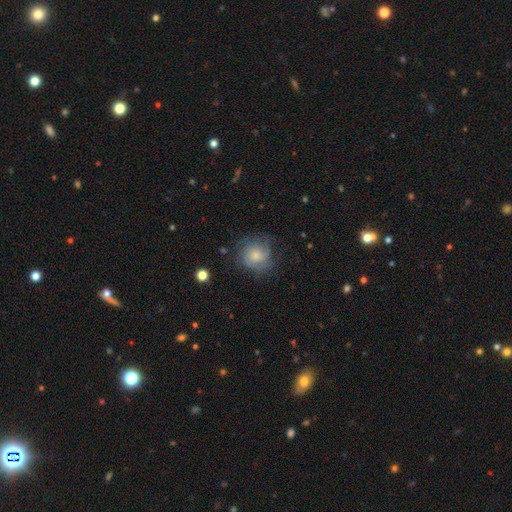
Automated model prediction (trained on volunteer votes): A featured or disk galaxy (46%).

Vote fractions:
- Smooth or featured? featured or disk: 46% / smooth: 45% / star or artifact: 9%
- Merging? none: 66% / minor disturbance: 21% / major disturbance: 12% / merger: 1%